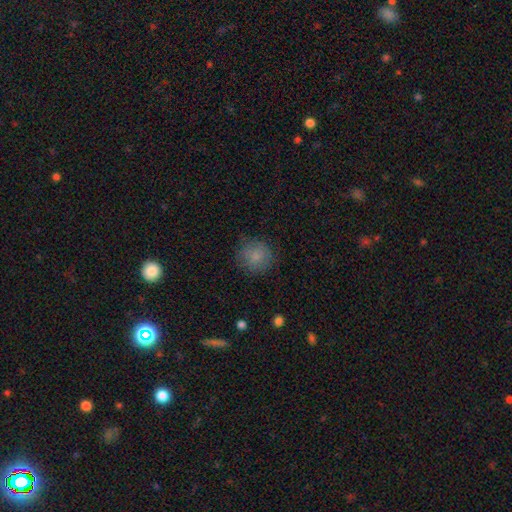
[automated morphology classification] type=smooth (82%); roundness=round (91%); merging=none (79%).